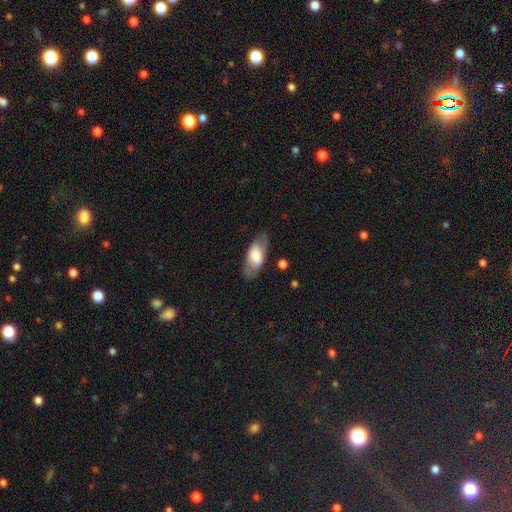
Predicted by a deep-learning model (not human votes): smooth_or_featured: smooth (p=0.56) [alt: featured or disk p=0.38]
how_rounded: in between (p=0.87) [alt: cigar-shaped p=0.09]
merging: none (p=0.74) [alt: minor disturbance p=0.17]